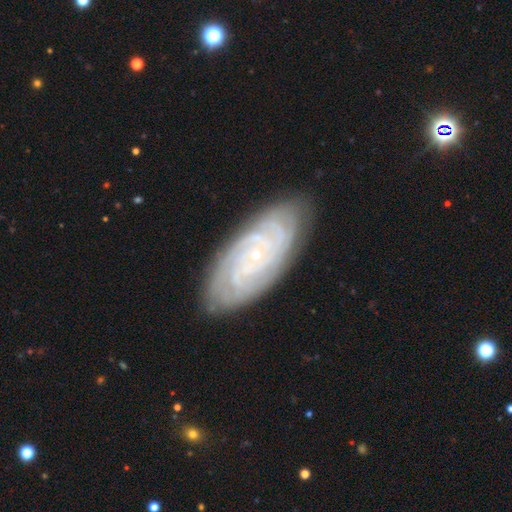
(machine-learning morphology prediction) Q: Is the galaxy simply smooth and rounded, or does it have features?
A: featured or disk — 85%.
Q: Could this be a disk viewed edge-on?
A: no — 94%.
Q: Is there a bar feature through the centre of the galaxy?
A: no — 72%.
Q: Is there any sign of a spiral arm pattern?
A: yes — 97%.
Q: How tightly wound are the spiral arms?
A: tight — 82%.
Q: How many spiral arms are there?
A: can't tell — 29%.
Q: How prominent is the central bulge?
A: small — 85%.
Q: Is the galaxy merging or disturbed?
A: none — 84%.